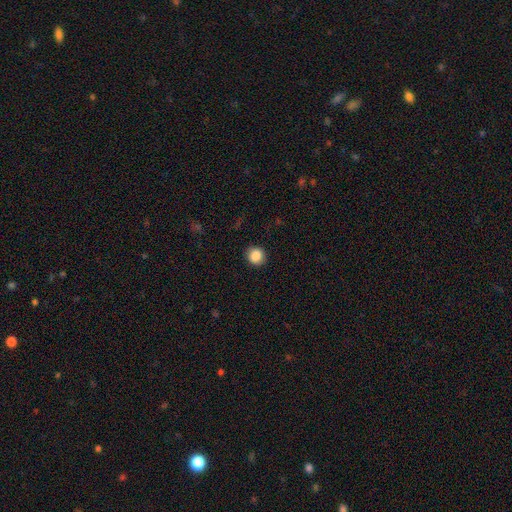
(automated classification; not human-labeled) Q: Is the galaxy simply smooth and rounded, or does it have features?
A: smooth — 87%.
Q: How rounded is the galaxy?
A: round — 84%.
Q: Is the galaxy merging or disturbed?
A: none — 88%.